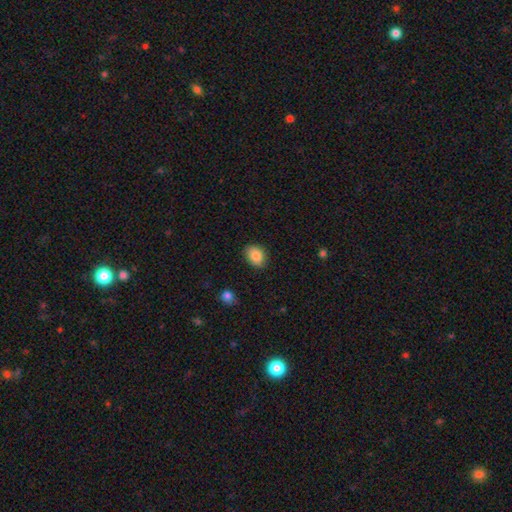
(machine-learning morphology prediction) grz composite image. It shows a smooth galaxy with no disk features (86%) that is in between round and cigar-shaped (68%). Merging: none (84%).